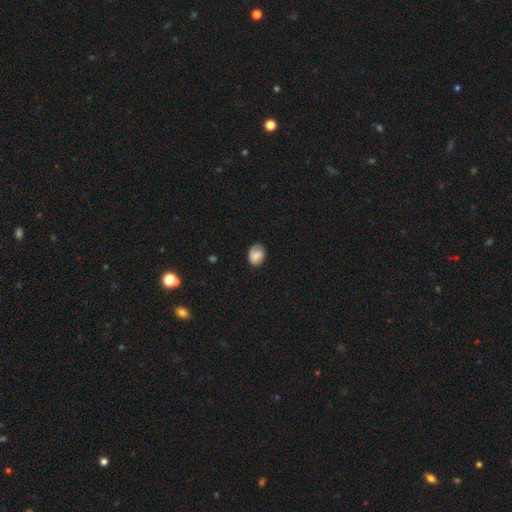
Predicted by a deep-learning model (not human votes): This appears to be a smooth galaxy with no disk features (75%) that is in between round and cigar-shaped (67%). Merging: none (65%).